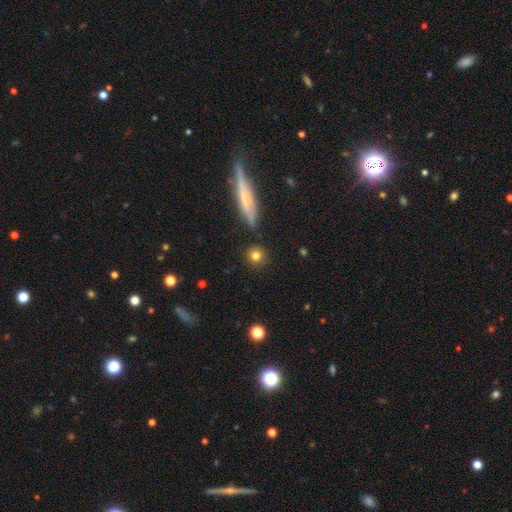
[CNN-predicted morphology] smooth_or_featured: smooth (p=0.80) [alt: star or artifact p=0.10]
how_rounded: round (p=0.88) [alt: in between p=0.09]
merging: none (p=0.87) [alt: minor disturbance p=0.08]